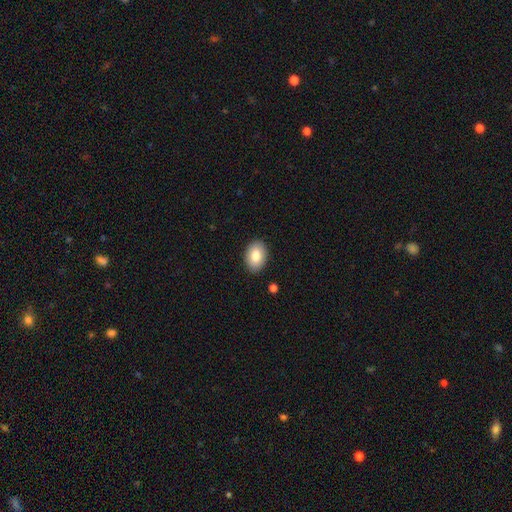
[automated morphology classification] smooth 84%, featured or disk 9%, star or artifact 7%. Down the decision tree: how rounded — in between (84%); merging — none (89%).